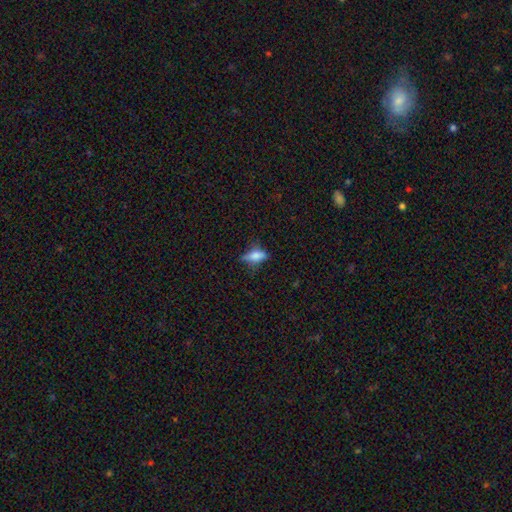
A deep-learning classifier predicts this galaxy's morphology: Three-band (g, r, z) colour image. It shows a smooth galaxy with no disk features (68%) that is in between round and cigar-shaped (77%). Merging: none (56%).